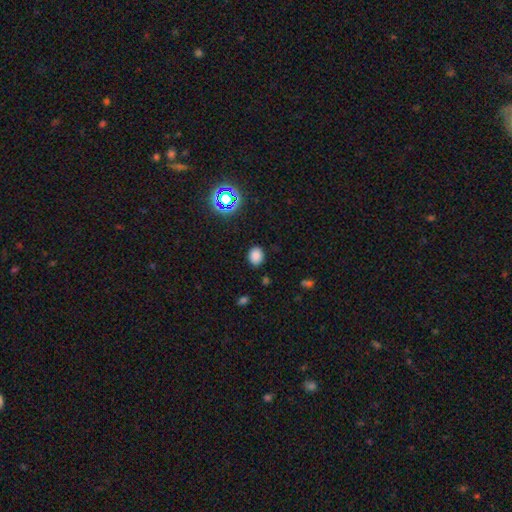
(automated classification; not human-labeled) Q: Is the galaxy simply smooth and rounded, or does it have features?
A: smooth — 80%.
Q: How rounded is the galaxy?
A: round — 52%.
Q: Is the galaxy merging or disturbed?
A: none — 86%.